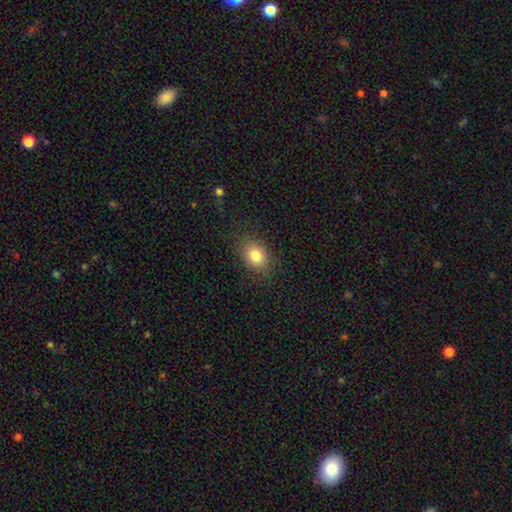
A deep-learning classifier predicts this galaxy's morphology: Smooth or featured? Predicted: smooth (p=0.81). How rounded? Predicted: in between (p=0.57). Merging? Predicted: none (p=0.85).